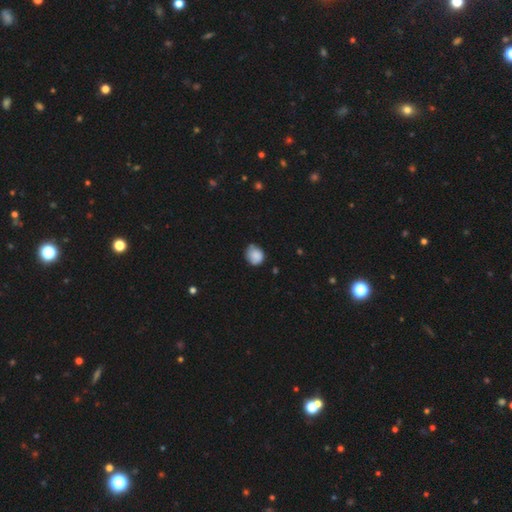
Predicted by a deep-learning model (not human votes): The model was most divided on "merging": none: 61%, minor disturbance: 32%, major disturbance: 5%, merger: 2%. More confident: smooth or featured — smooth (84%); how rounded — round (75%).